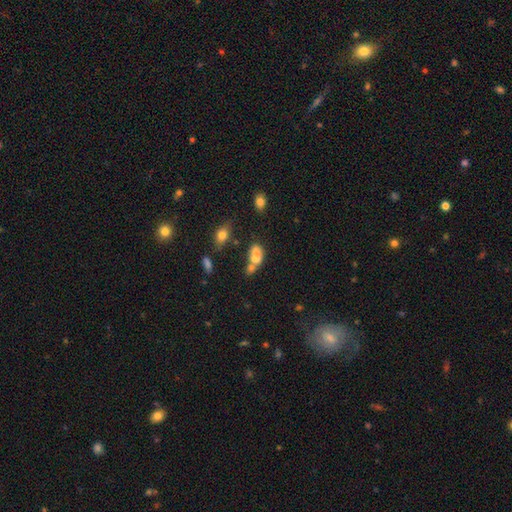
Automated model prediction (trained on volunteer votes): smooth_or_featured: smooth (p=0.68) [alt: featured or disk p=0.19]
how_rounded: in between (p=0.79) [alt: round p=0.17]
merging: merger (p=0.55) [alt: none p=0.24]